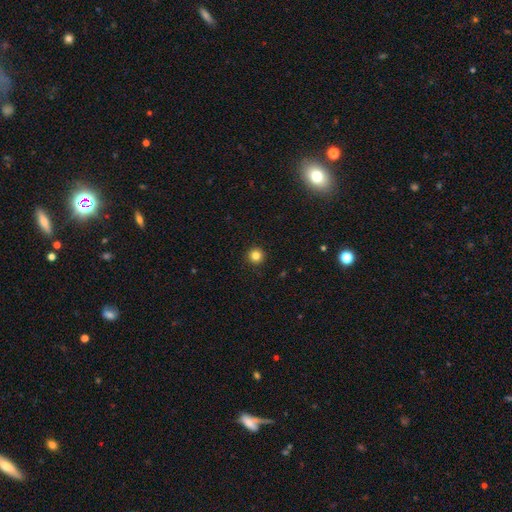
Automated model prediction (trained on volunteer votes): smooth_or_featured: smooth (p=0.83) [alt: star or artifact p=0.12]
how_rounded: round (p=0.96) [alt: in between p=0.03]
merging: none (p=0.93) [alt: minor disturbance p=0.04]